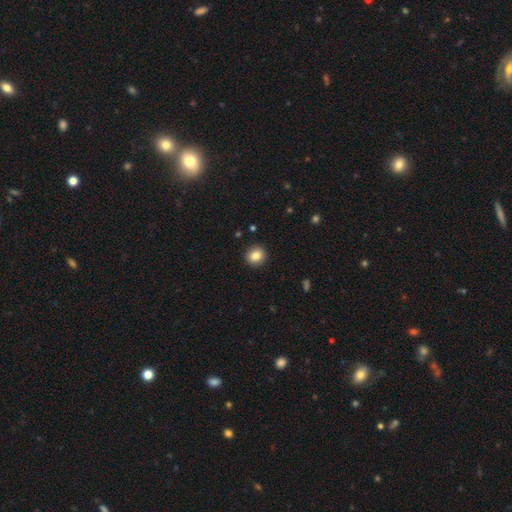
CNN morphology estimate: Smooth or featured? smooth (85%)
How rounded? round (87%)
Merging? none (92%)